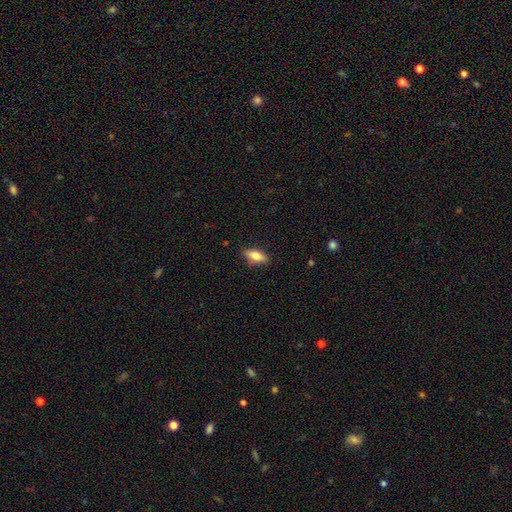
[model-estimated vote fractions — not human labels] A smooth galaxy with no disk features (73%) that is in between round and cigar-shaped (75%). Merging: none (85%).